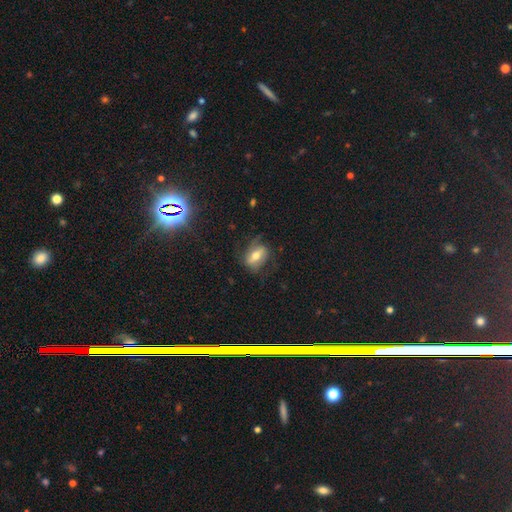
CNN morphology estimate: This is possibly a featured or disk galaxy (47%). Merging: likely none (61%).